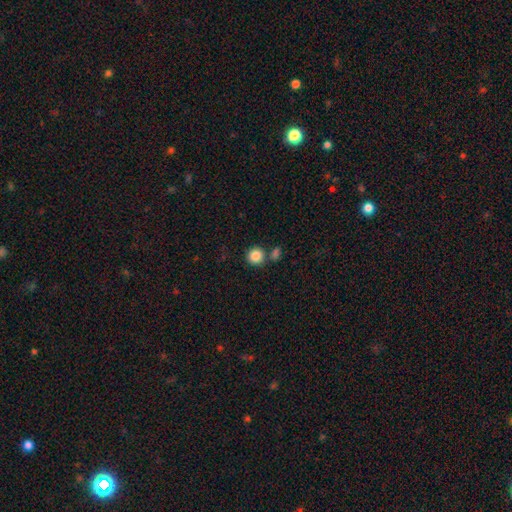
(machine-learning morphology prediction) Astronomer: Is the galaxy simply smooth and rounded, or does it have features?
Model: smooth — 86%.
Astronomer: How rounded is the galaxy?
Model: round — 91%.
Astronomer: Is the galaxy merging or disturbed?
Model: none — 72%.